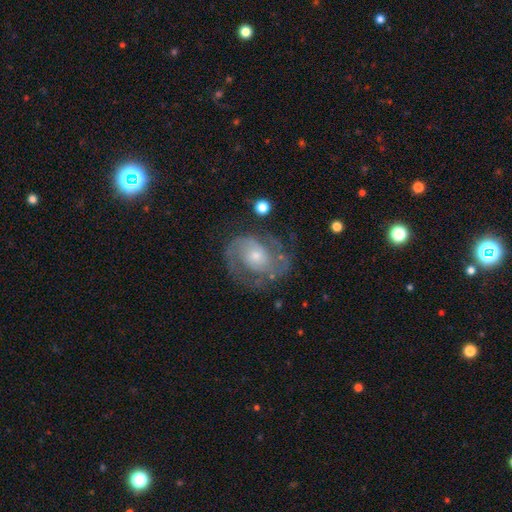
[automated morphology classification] featured or disk 83%, smooth 11%, star or artifact 7%. Down the decision tree: edge-on disk — no (97%); bar — no (69%); spiral arms — yes (93%); spiral arm count — 2 (72%); spiral winding — medium (44%); bulge size — small (56%); merging — none (69%).